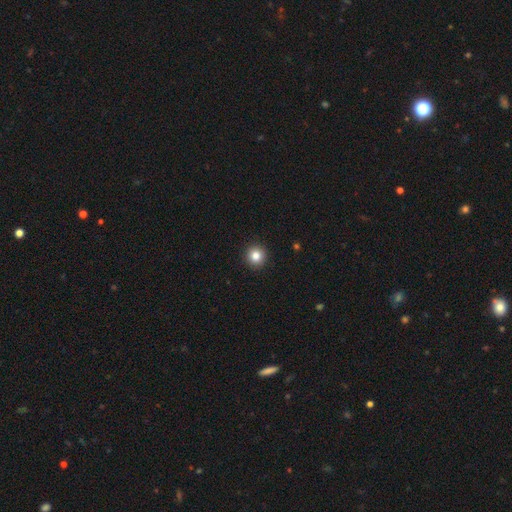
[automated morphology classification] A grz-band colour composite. It shows a smooth galaxy with no disk features (84%) that is round (95%). Merging: none (93%).